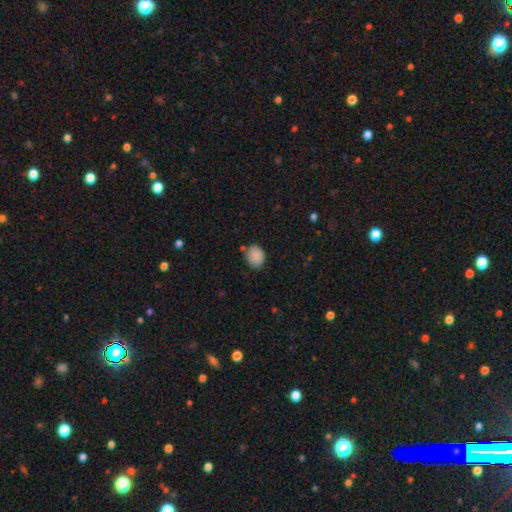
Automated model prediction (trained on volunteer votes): A smooth galaxy with no disk features (88%) that is round (51%). Merging: none (76%).